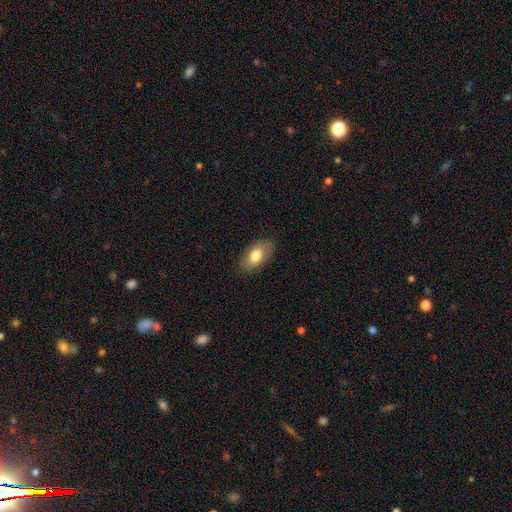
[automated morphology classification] Overall: smooth (77%). How rounded: in between (92%). Merging: none (83%).